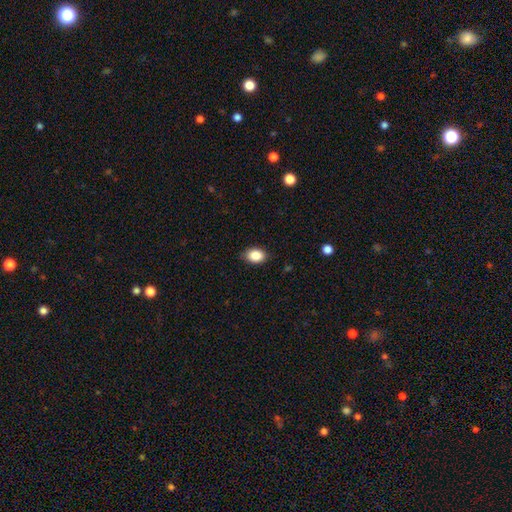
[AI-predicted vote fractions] A smooth galaxy with no disk features (87%) that is in between round and cigar-shaped (79%).

Vote fractions:
- Smooth or featured? smooth: 87% / star or artifact: 8% / featured or disk: 5%
- How rounded? in between: 79% / round: 20% / cigar-shaped: 1%
- Merging? none: 86% / minor disturbance: 11% / major disturbance: 2% / merger: 1%